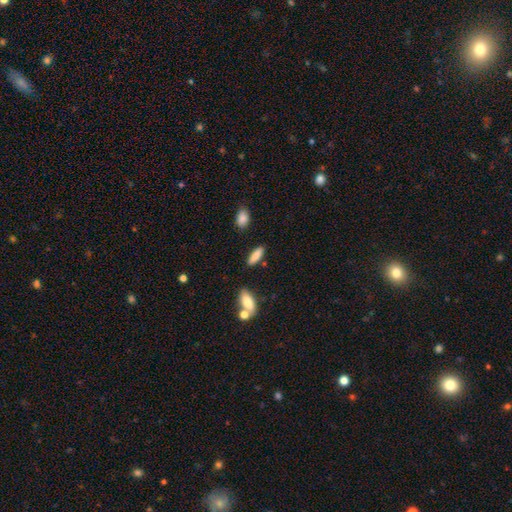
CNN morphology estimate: A smooth galaxy with no disk features (84%) that is in between round and cigar-shaped (55%).

Vote fractions:
- Smooth or featured? smooth: 84% / featured or disk: 9% / star or artifact: 7%
- How rounded? in between: 55% / cigar-shaped: 42% / round: 2%
- Merging? none: 82% / minor disturbance: 11% / merger: 5% / major disturbance: 3%